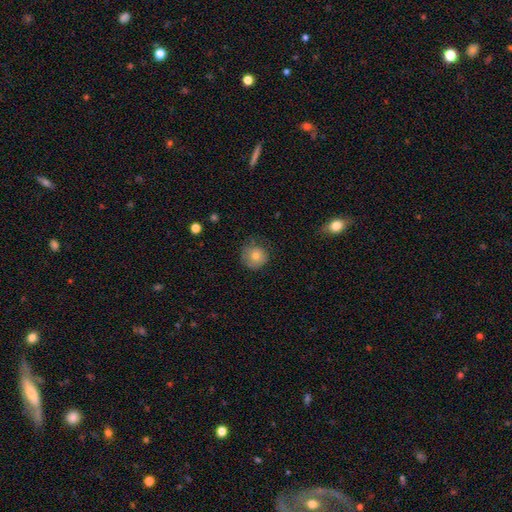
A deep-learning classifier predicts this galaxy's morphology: This is likely a smooth galaxy (74%). How rounded: clearly round (92%). Merging: likely none (71%).